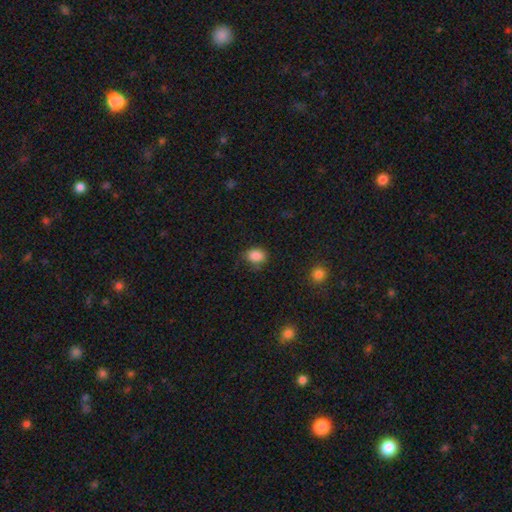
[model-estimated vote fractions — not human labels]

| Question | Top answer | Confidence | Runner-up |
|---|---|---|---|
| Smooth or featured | smooth | 86% | star or artifact (10%) |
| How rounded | in between | 60% | round (39%) |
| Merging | none | 73% | minor disturbance (21%) |